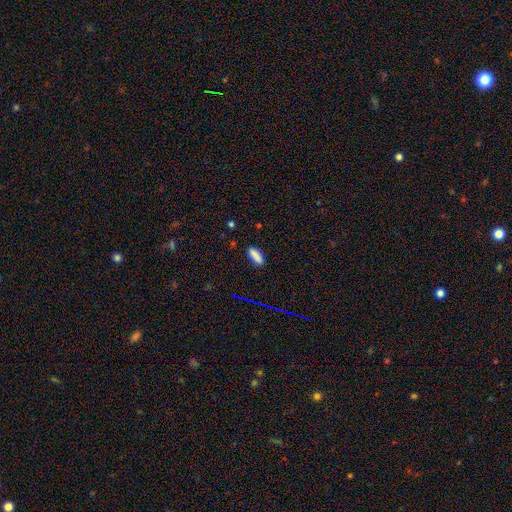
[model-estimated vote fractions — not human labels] Smooth or featured?
  - smooth: 85% *
  - star or artifact: 10%
  - featured or disk: 5%
How rounded?
  - in between: 60% *
  - cigar-shaped: 38%
  - round: 2%
Merging?
  - none: 85% *
  - minor disturbance: 11%
  - major disturbance: 2%
  - merger: 1%